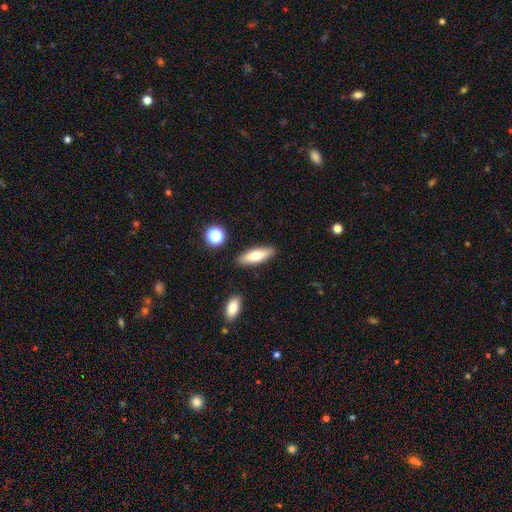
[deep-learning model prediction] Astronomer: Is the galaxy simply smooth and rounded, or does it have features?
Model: smooth — 70%.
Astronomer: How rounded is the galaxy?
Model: in between — 54% (runner-up: cigar-shaped, 43%).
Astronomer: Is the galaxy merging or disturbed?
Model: none — 87%.